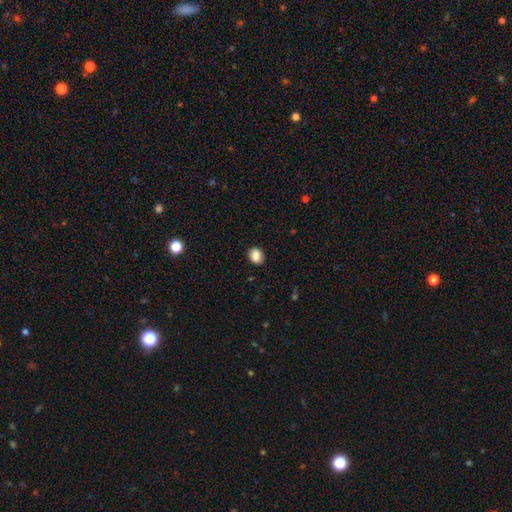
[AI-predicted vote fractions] A smooth galaxy with no disk features (86%) that is in between round and cigar-shaped (58%).

Vote fractions:
- Smooth or featured? smooth: 86% / star or artifact: 9% / featured or disk: 5%
- How rounded? in between: 58% / round: 41% / cigar-shaped: 1%
- Merging? none: 86% / minor disturbance: 10% / major disturbance: 2% / merger: 1%